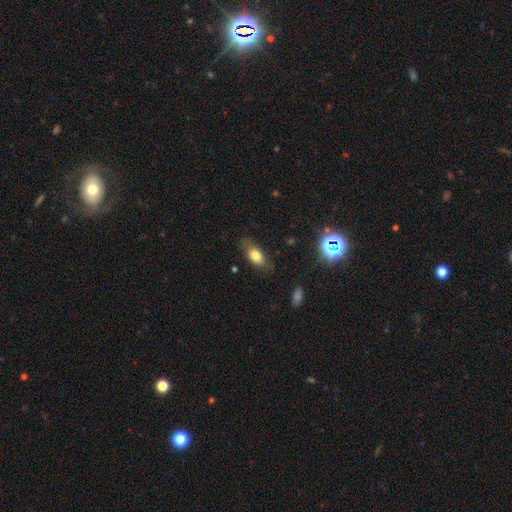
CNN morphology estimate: Smooth or featured? Predicted: smooth (p=0.76). How rounded? Predicted: in between (p=0.85). Merging? Predicted: none (p=0.78).